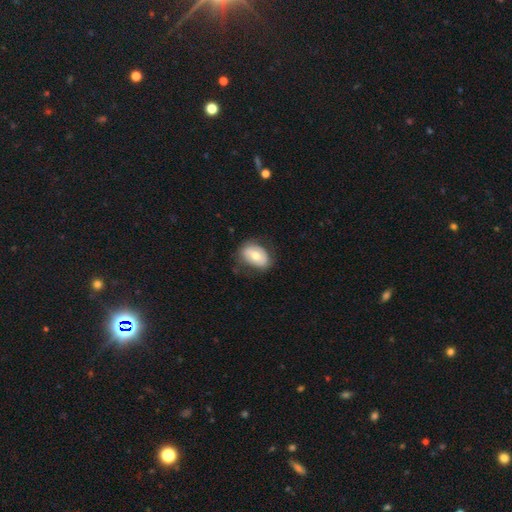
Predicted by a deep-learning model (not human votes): Morphology: type=smooth (63%); roundness=in between (83%); merging=none (70%).